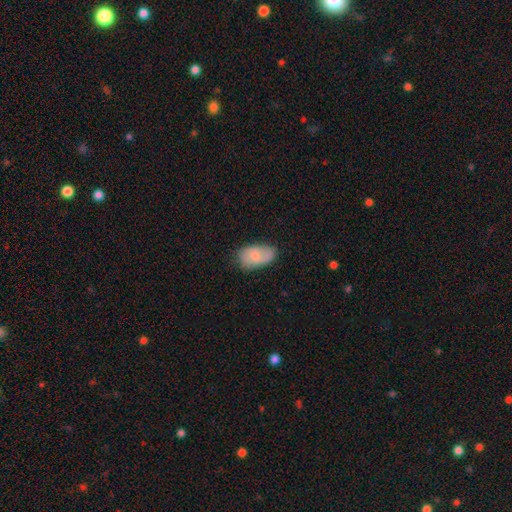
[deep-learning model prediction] smooth 72%, featured or disk 21%, star or artifact 6%. Down the decision tree: how rounded — in between (93%); merging — none (65%).